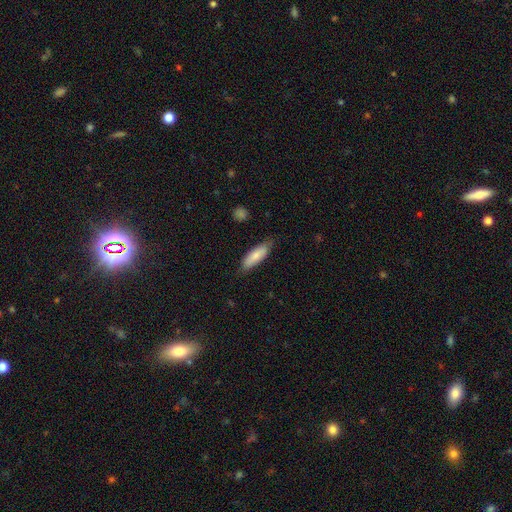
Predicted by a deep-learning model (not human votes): smooth 80%, featured or disk 14%, star or artifact 6%. Down the decision tree: how rounded — in between (59%); merging — none (76%).